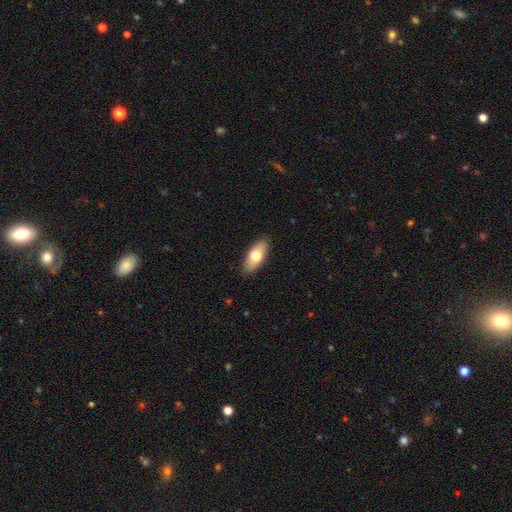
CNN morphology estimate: Q: Smooth or featured?
A: smooth (71%); runner-up: featured or disk (23%)
Q: How rounded?
A: in between (83%); runner-up: cigar-shaped (14%)
Q: Merging?
A: none (87%); runner-up: minor disturbance (10%)